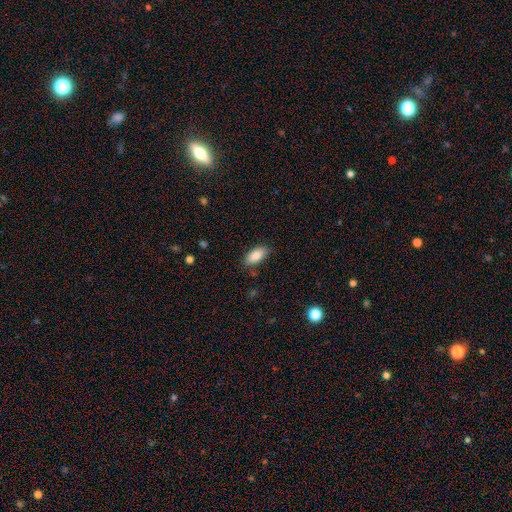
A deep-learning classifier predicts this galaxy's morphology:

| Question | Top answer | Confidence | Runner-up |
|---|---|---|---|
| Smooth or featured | smooth | 87% | star or artifact (7%) |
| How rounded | in between | 91% | cigar-shaped (7%) |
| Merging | none | 82% | minor disturbance (13%) |